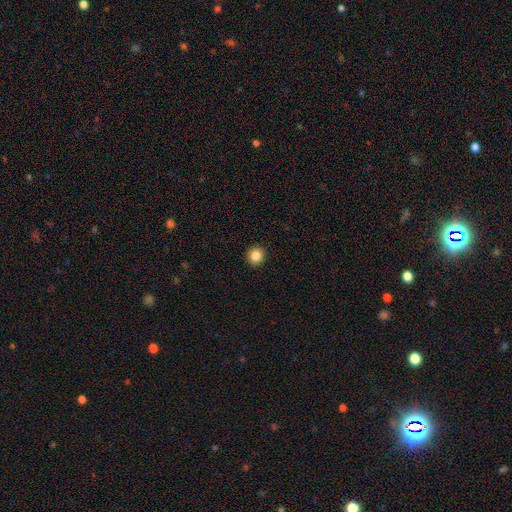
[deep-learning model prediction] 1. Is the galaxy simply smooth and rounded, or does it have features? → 85% smooth, 10% star or artifact, 5% featured or disk.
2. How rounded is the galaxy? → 92% round, 7% in between, 1% cigar-shaped.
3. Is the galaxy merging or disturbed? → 93% none, 4% minor disturbance, 1% major disturbance, 1% merger.